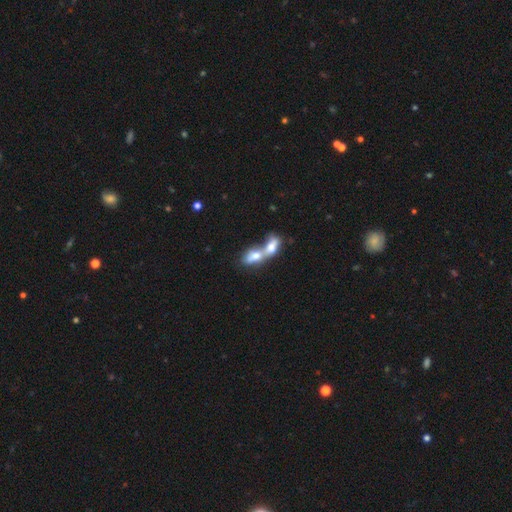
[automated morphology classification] This appears to be a smooth galaxy with no disk features (66%) that is in between round and cigar-shaped (80%). Merging: merger (81%).